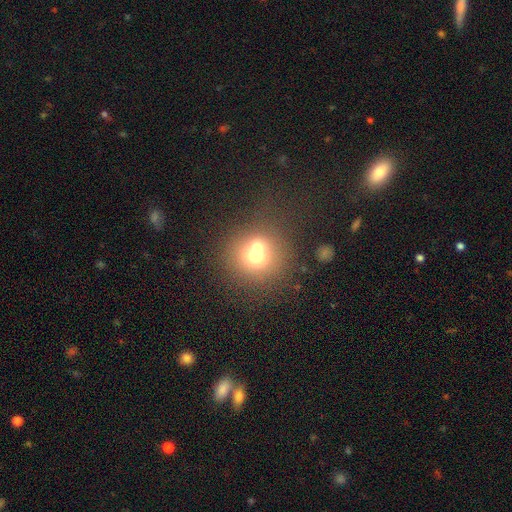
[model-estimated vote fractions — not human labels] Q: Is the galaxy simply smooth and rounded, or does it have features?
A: smooth — 65%.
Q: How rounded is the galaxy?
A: round — 88%.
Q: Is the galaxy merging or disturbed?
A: merger — 47%.